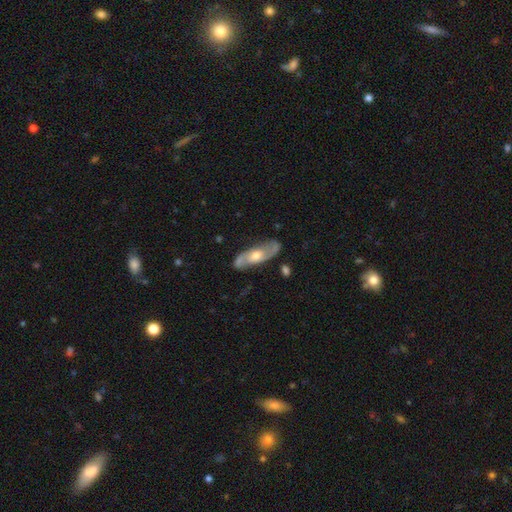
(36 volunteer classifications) Q: Smooth or featured?
A: featured or disk (67%); runner-up: smooth (33%)
Q: Edge-on disk?
A: no (88%); runner-up: yes (12%)
Q: Bar?
A: no (76%); runner-up: weak (24%)
Q: Spiral arms?
A: yes (76%); runner-up: no (24%)
Q: Spiral winding?
A: medium (50%); runner-up: loose (31%)
Q: Spiral arm count?
A: 2 (75%); runner-up: can't tell (19%)
Q: Bulge size?
A: moderate (71%); runner-up: large (14%)
Q: Merging?
A: none (89%); runner-up: major disturbance (8%)